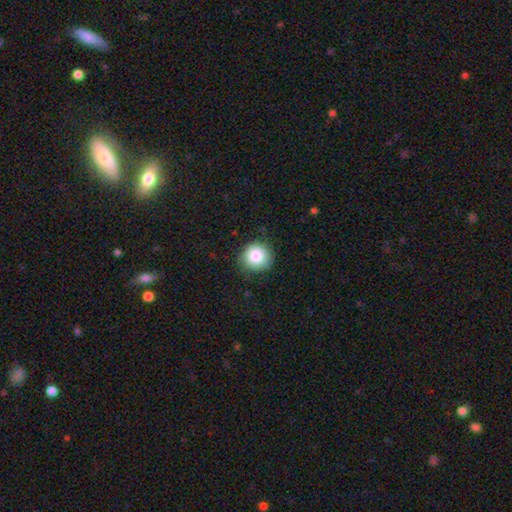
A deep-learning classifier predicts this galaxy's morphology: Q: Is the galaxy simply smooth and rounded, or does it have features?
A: smooth — 85%.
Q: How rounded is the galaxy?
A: round — 92%.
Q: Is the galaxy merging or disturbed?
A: none — 85%.